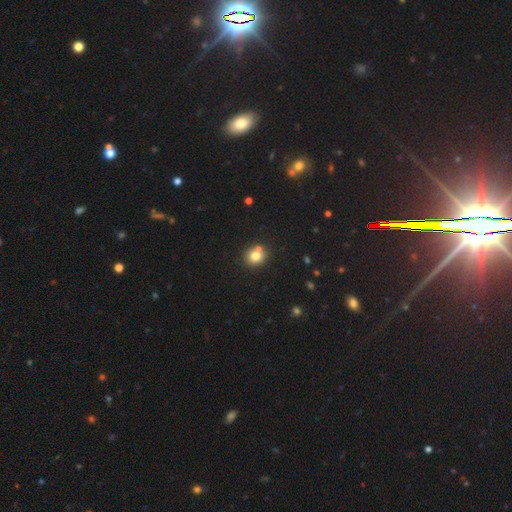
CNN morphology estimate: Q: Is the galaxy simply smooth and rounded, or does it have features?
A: smooth — 78%.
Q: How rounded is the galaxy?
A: round — 79%.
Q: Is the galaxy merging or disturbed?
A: none — 68%.